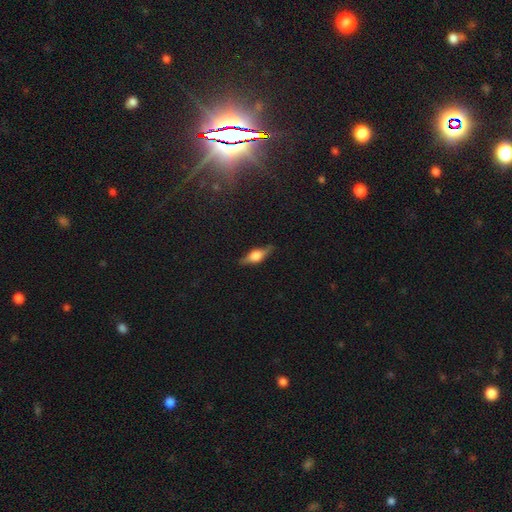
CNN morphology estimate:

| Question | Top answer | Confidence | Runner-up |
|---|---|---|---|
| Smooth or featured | featured or disk | 62% | smooth (31%) |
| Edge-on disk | yes | 95% | no (5%) |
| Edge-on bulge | rounded | 89% | boxy (9%) |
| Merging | none | 86% | minor disturbance (11%) |